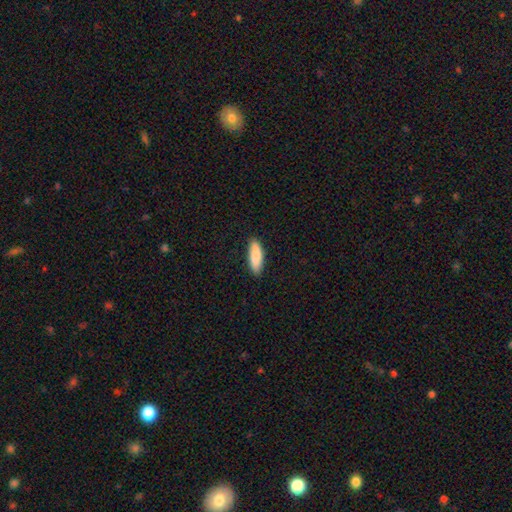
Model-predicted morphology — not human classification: Overall: smooth (88%). How rounded: cigar-shaped (50%; in between 49%). Merging: none (88%).